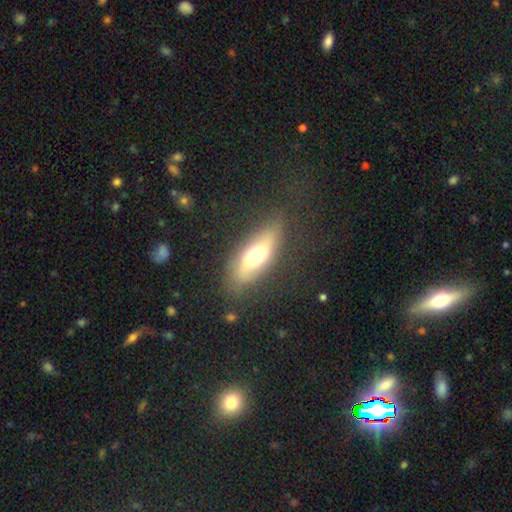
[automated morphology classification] A smooth galaxy with no disk features (49%). Merging: none (76%).